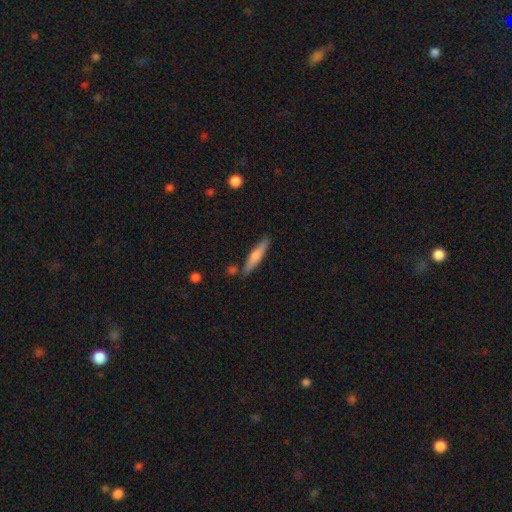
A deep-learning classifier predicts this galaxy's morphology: This is likely a smooth galaxy (62%). How rounded: clearly cigar-shaped (88%). Merging: clearly none (82%).